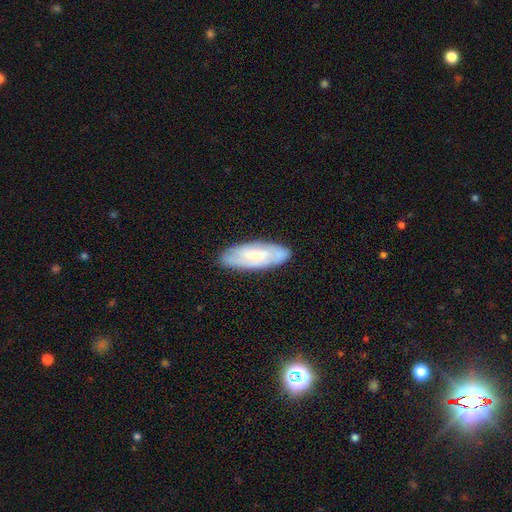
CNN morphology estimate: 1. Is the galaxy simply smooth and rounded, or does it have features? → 54% featured or disk, 39% smooth, 7% star or artifact.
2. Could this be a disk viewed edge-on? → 83% no, 17% yes.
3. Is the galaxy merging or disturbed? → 83% none, 13% minor disturbance, 3% major disturbance, 1% merger.